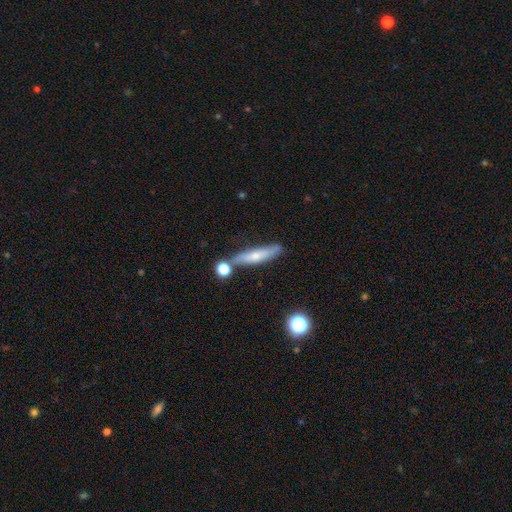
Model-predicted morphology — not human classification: Smooth or featured?
  - smooth: 53% *
  - featured or disk: 39%
  - star or artifact: 7%
How rounded?
  - cigar-shaped: 83% *
  - in between: 14%
  - round: 2%
Merging?
  - none: 65% *
  - minor disturbance: 17%
  - merger: 14%
  - major disturbance: 4%